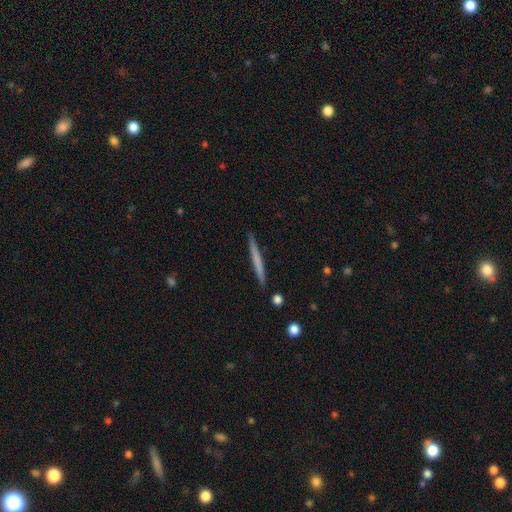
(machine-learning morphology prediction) This is possibly a smooth galaxy (57%). How rounded: clearly cigar-shaped (97%). Merging: clearly none (91%).